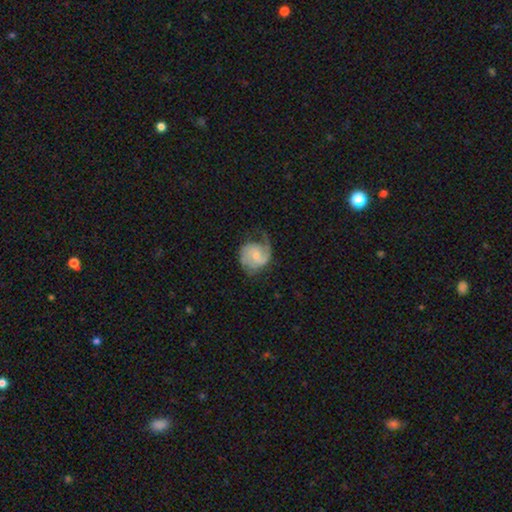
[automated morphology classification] Smooth or featured?
  - featured or disk: 76% *
  - smooth: 18%
  - star or artifact: 5%
Edge-on disk?
  - no: 98% *
  - yes: 2%
Bar?
  - no: 56% *
  - weak: 38%
  - strong: 6%
Spiral arms?
  - yes: 94% *
  - no: 6%
Spiral winding?
  - medium: 45% *
  - loose: 30%
  - tight: 25%
Spiral arm count?
  - 2: 57% *
  - 1: 29%
  - can't tell: 8%
  - 3: 3%
  - 4: 1%
  - more than 4: 1%
Bulge size?
  - small: 53% *
  - moderate: 37%
  - none: 6%
  - large: 3%
  - dominant: 1%
Merging?
  - none: 51% *
  - minor disturbance: 24%
  - major disturbance: 23%
  - merger: 2%